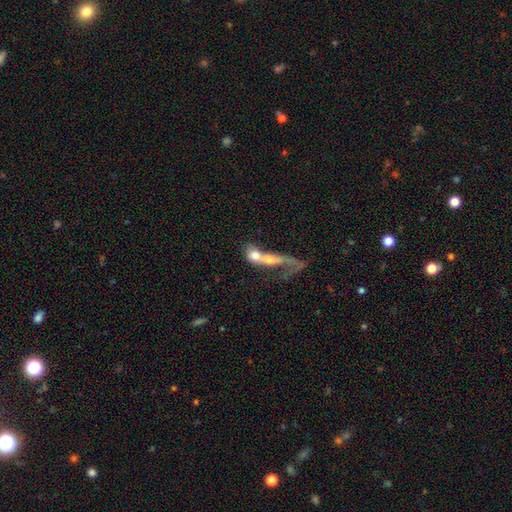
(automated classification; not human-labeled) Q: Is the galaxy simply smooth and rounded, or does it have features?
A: smooth — 53%.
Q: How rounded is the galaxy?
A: in between — 52%.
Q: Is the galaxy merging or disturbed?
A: merger — 71%.